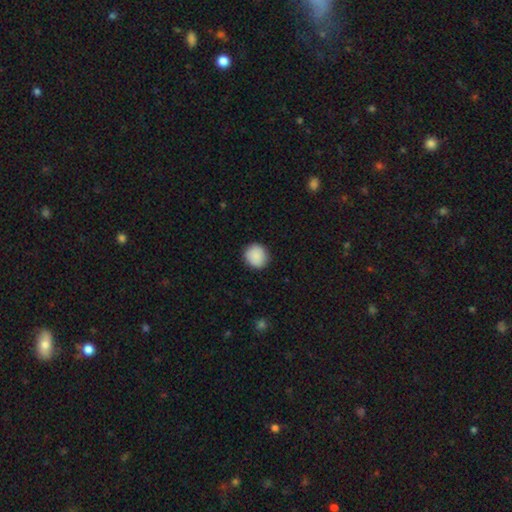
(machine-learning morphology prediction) Smooth or featured? Predicted: smooth (p=0.89). How rounded? Predicted: round (p=0.89). Merging? Predicted: none (p=0.90).